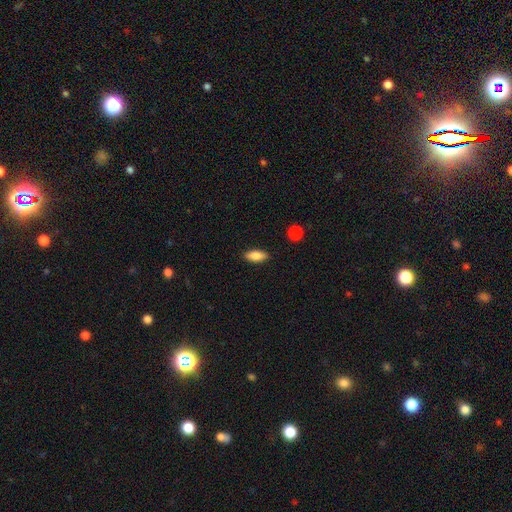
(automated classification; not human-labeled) smooth-or-featured: smooth: 83% | featured or disk: 10% | star or artifact: 7%
  how-rounded: in between: 80% | cigar-shaped: 17% | round: 3%
  merging: none: 87% | minor disturbance: 9% | major disturbance: 2% | merger: 1%